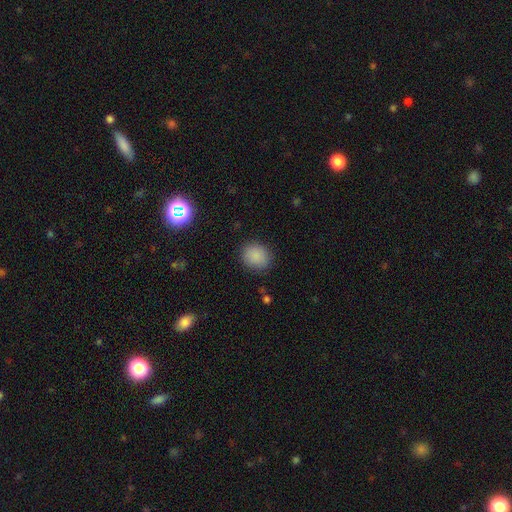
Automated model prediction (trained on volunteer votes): smooth_or_featured: smooth (p=0.87) [alt: star or artifact p=0.10]
how_rounded: round (p=0.71) [alt: in between p=0.28]
merging: none (p=0.87) [alt: minor disturbance p=0.09]